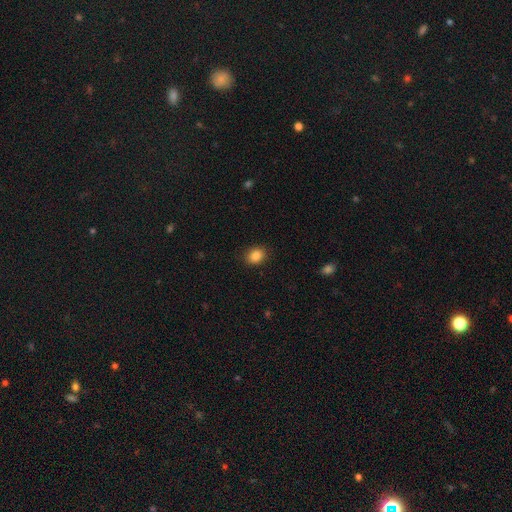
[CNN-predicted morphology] type=smooth (86%); roundness=in between (54%); merging=none (89%).